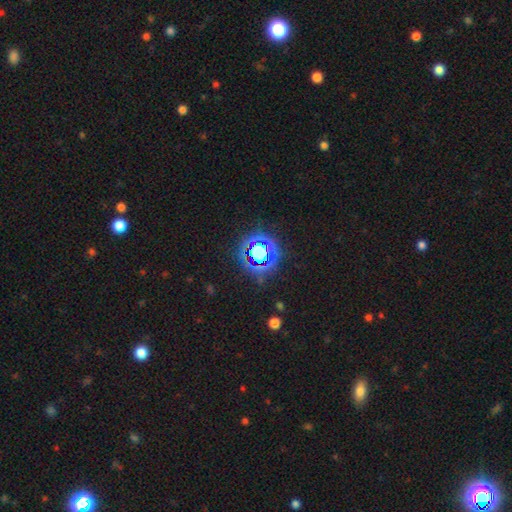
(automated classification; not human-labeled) Overall: star or artifact (72%).